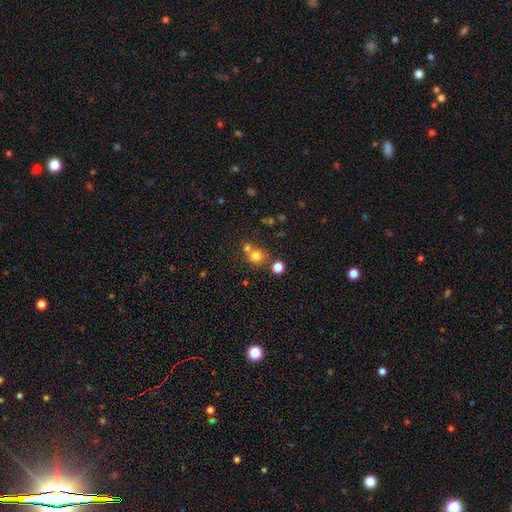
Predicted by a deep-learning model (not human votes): Smooth or featured? Predicted: smooth (p=0.76). How rounded? Predicted: round (p=0.87). Merging? Predicted: none (p=0.57).